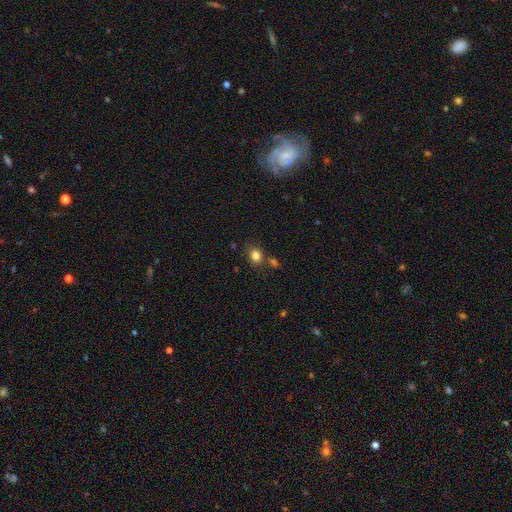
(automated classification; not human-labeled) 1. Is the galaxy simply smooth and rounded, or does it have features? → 82% smooth, 12% star or artifact, 6% featured or disk.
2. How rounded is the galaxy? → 60% round, 39% in between, 1% cigar-shaped.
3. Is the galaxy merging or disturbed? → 71% none, 12% minor disturbance, 12% merger, 4% major disturbance.